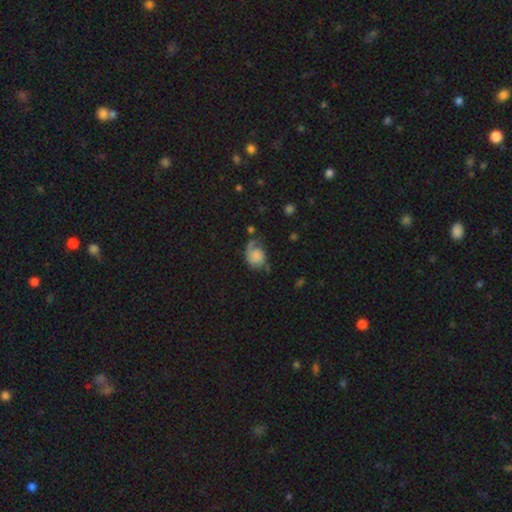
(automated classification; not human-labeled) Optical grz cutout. It shows a featured or disk galaxy (46%). Merging: none (38%).